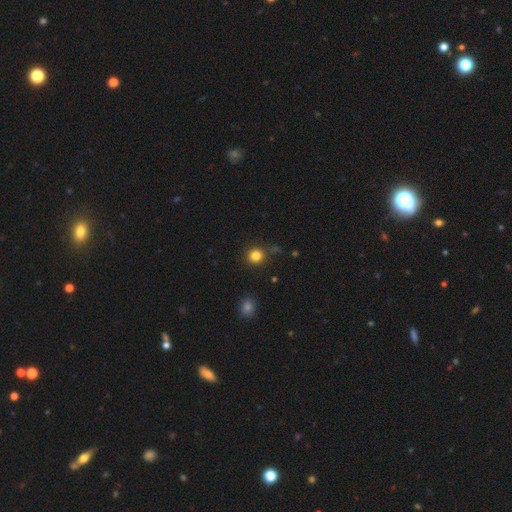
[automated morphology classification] type=smooth (82%); roundness=round (90%); merging=none (84%).